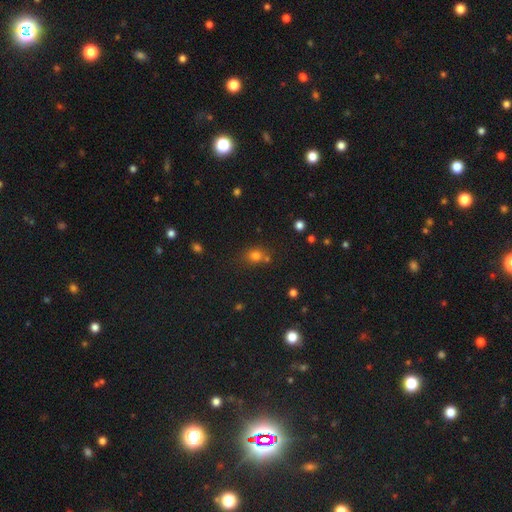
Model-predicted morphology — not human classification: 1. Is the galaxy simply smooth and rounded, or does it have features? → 74% smooth, 18% star or artifact, 8% featured or disk.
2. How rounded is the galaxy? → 65% round, 34% in between, 1% cigar-shaped.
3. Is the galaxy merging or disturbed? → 62% none, 19% merger, 14% minor disturbance, 5% major disturbance.